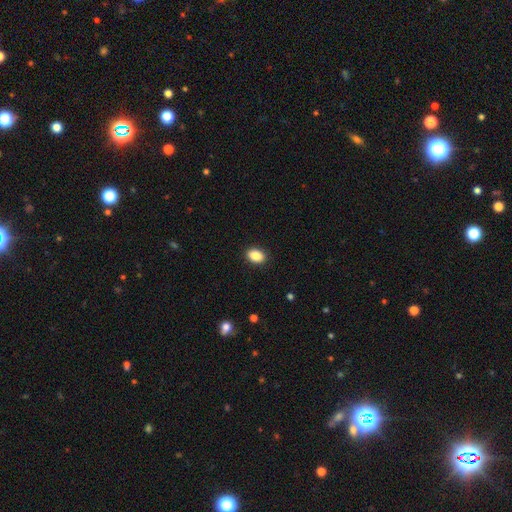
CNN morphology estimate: This appears to be a smooth galaxy with no disk features (88%) that is in between round and cigar-shaped (82%). Merging: none (90%).